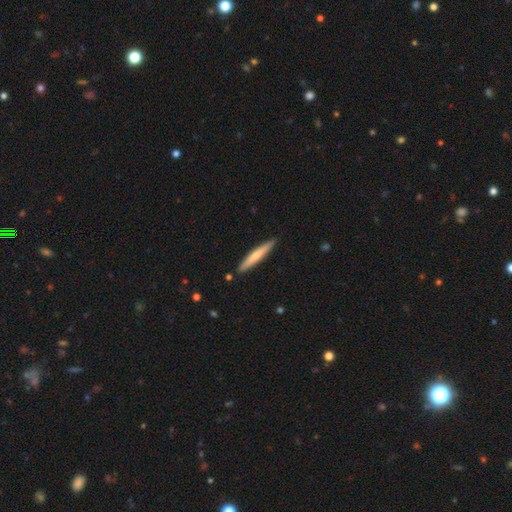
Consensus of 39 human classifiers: Overall: smooth (49%; featured or disk 44%). How rounded: cigar-shaped (89%). Merging: none (89%).